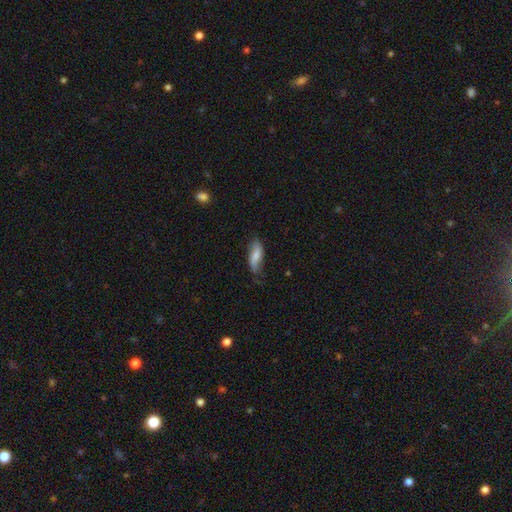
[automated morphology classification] Smooth or featured? smooth (59%)
How rounded? in between (70%)
Merging? none (64%)